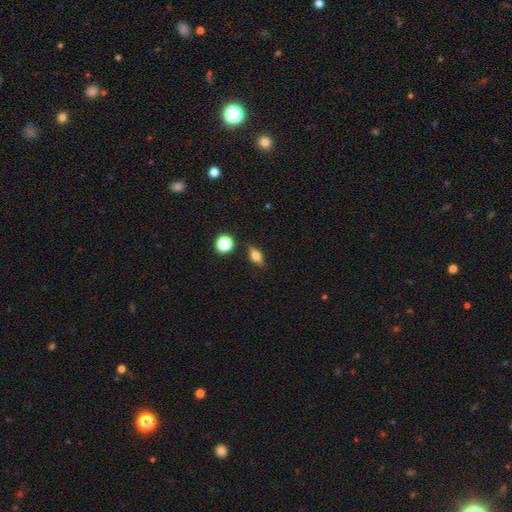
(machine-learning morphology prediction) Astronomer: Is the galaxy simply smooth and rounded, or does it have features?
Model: smooth — 65%.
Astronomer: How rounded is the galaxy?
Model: in between — 69%.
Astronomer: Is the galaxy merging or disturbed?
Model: none — 85%.